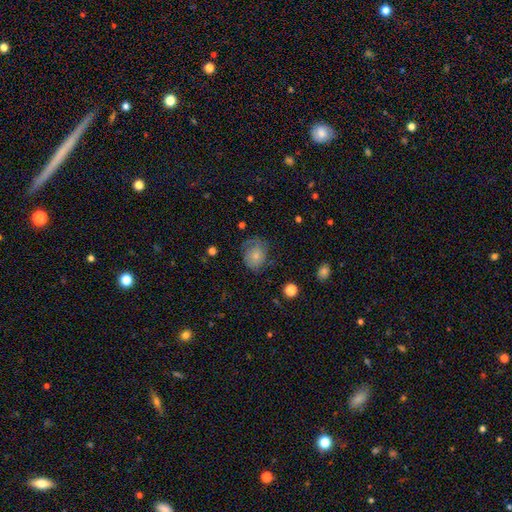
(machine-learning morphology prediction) A smooth galaxy with no disk features (60%) that is round (55%).

Vote fractions:
- Smooth or featured? smooth: 60% / featured or disk: 30% / star or artifact: 10%
- How rounded? round: 55% / in between: 44% / cigar-shaped: 1%
- Merging? none: 50% / minor disturbance: 29% / major disturbance: 20% / merger: 2%